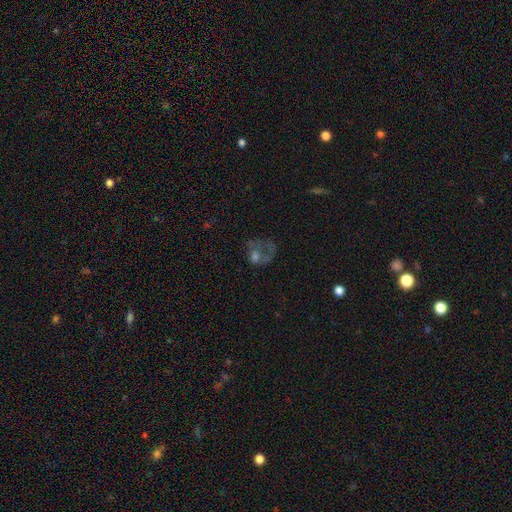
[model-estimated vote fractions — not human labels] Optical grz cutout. It shows a featured or disk galaxy (42%). Merging: major disturbance (49%).